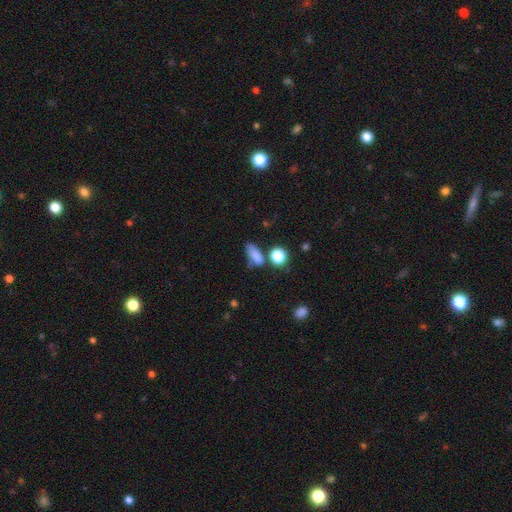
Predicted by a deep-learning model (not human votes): smooth 78%, star or artifact 13%, featured or disk 9%. Down the decision tree: how rounded — in between (71%); merging — none (51%).